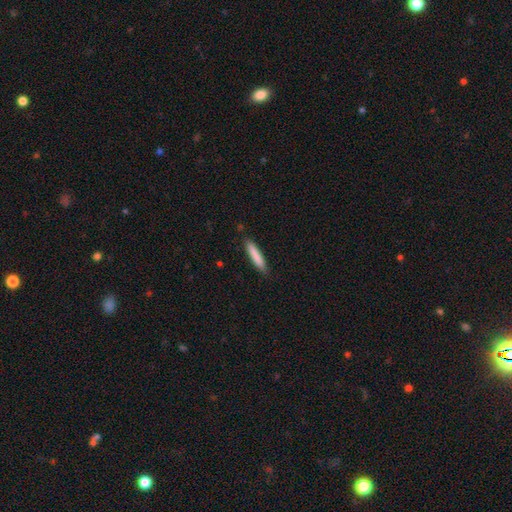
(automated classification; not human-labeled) Overall: smooth (83%). How rounded: cigar-shaped (90%). Merging: none (88%).